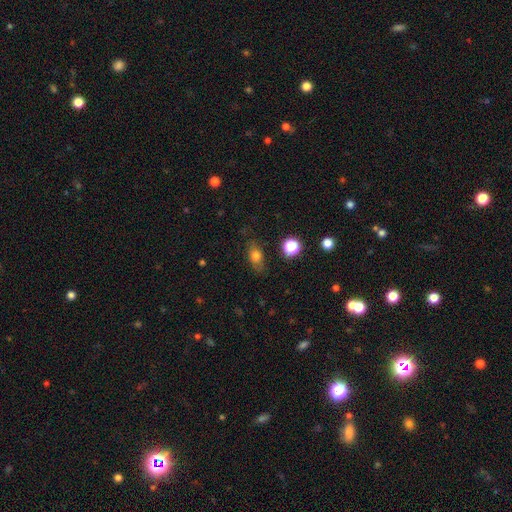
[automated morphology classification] This appears to be a smooth galaxy with no disk features (74%) that is in between round and cigar-shaped (72%). Merging: none (77%).